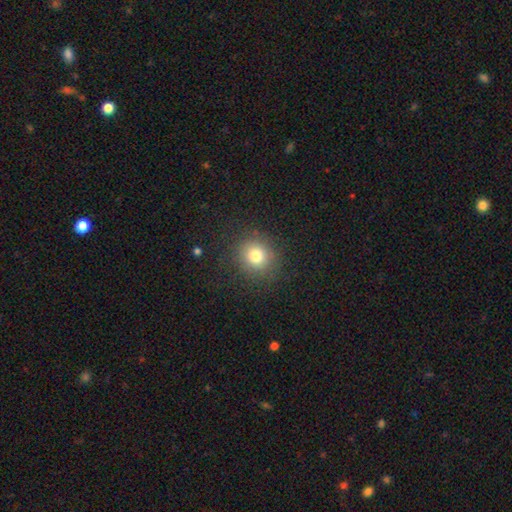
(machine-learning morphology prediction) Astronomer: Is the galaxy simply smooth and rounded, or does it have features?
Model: smooth — 77%.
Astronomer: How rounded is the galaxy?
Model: round — 88%.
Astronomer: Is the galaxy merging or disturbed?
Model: none — 86%.